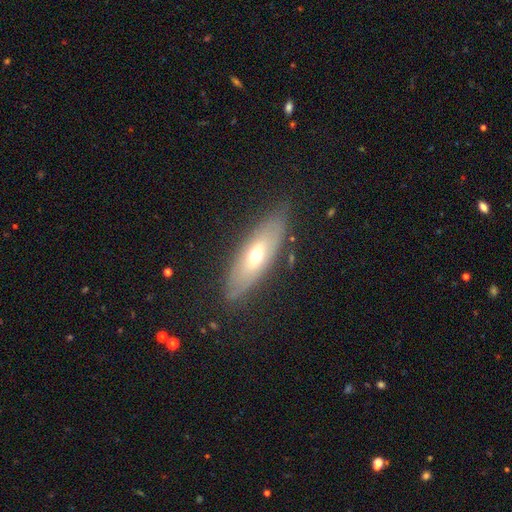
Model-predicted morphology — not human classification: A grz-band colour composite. It shows a featured or disk galaxy (47%). Merging: none (80%).